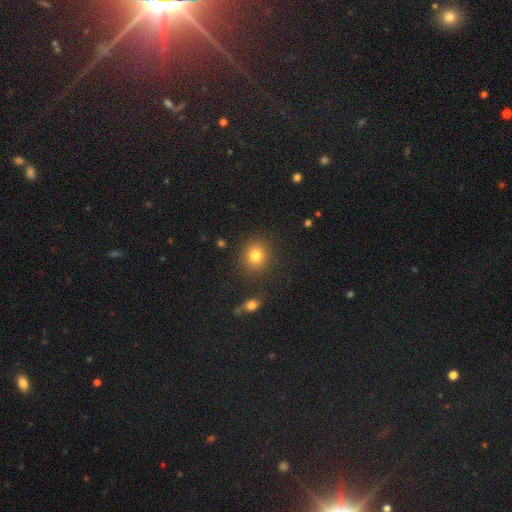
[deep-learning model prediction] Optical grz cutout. It shows a smooth galaxy with no disk features (81%) that is round (79%). Merging: none (86%).